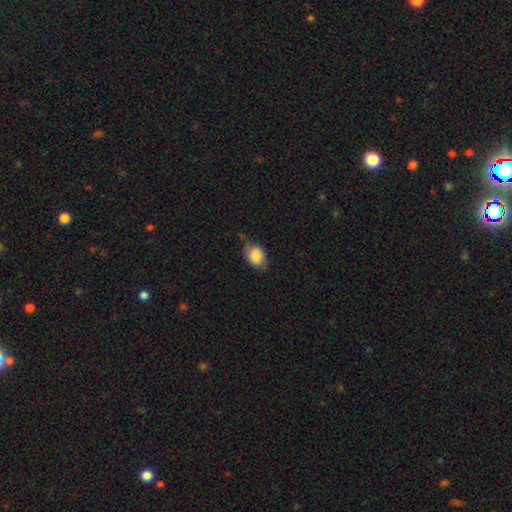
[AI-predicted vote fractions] smooth 83%, featured or disk 10%, star or artifact 7%. Down the decision tree: how rounded — in between (82%); merging — none (64%).